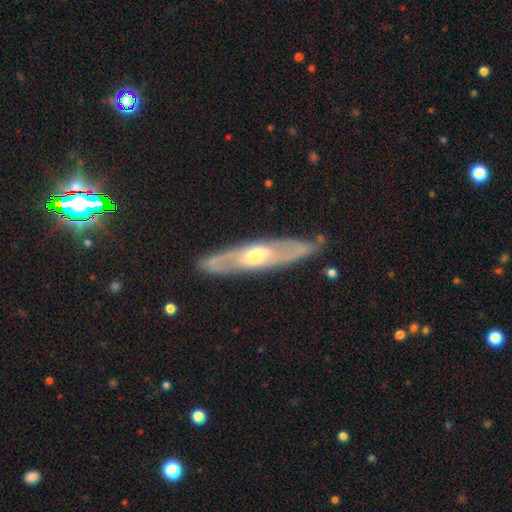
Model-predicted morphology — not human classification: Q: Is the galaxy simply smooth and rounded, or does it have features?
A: featured or disk — 73%.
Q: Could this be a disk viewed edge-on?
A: no — 64%.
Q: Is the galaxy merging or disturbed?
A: none — 84%.